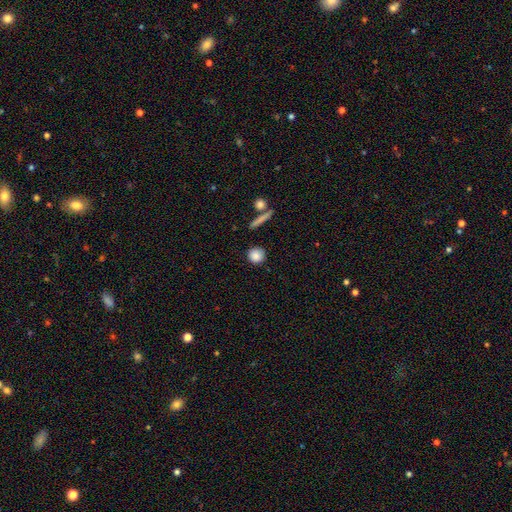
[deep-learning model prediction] smooth 86%, star or artifact 8%, featured or disk 6%. Down the decision tree: how rounded — round (91%); merging — none (87%).